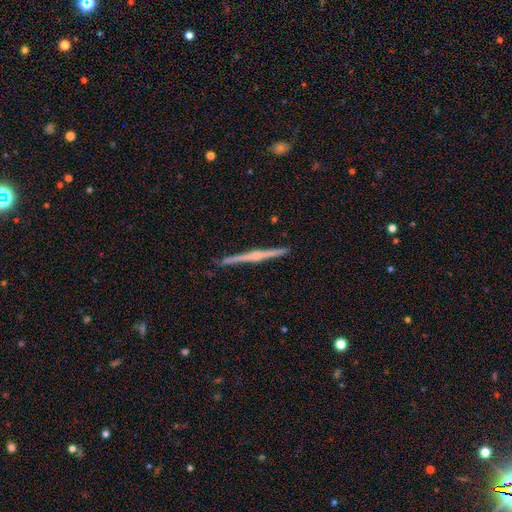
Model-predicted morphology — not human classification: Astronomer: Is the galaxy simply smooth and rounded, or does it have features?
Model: featured or disk — 78%.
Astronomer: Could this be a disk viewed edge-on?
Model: yes — 99%.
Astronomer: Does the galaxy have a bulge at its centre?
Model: rounded — 63%.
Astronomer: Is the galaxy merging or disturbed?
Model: none — 92%.